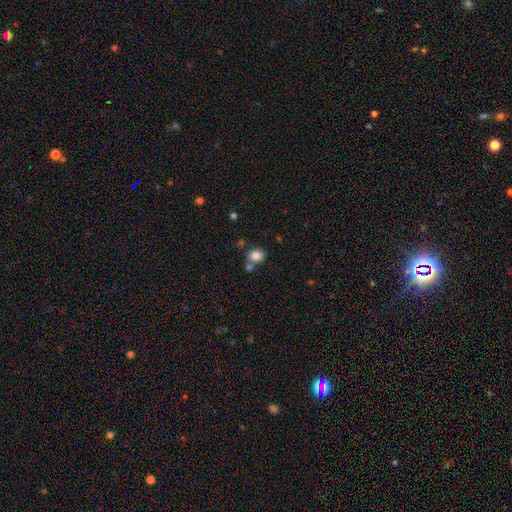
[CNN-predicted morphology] This appears to be a smooth galaxy with no disk features (84%) that is round (64%). Merging: none (60%).